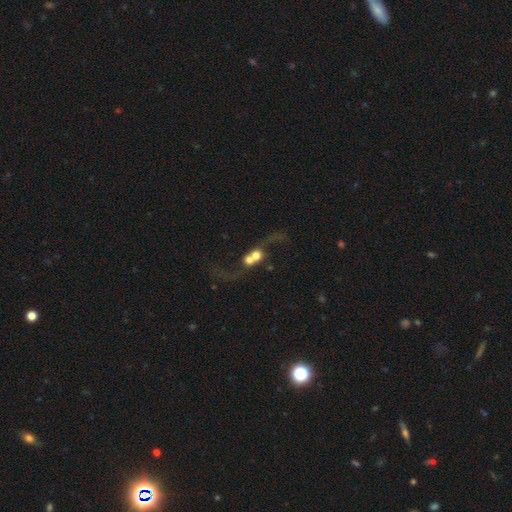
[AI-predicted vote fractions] Q: Smooth or featured?
A: featured or disk (47%); runner-up: smooth (41%)
Q: Merging?
A: merger (70%); runner-up: none (14%)